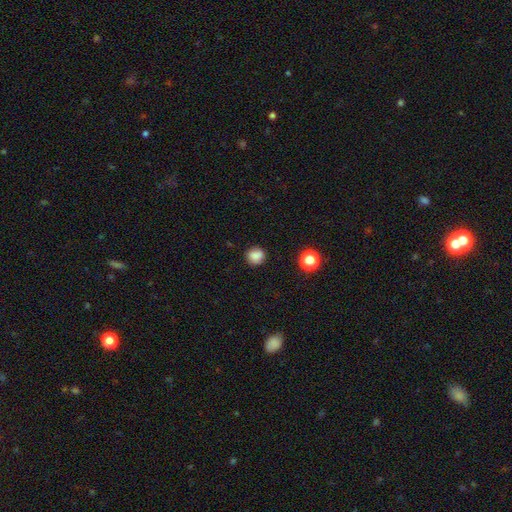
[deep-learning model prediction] A smooth galaxy with no disk features (82%) that is round (84%). Merging: none (81%).